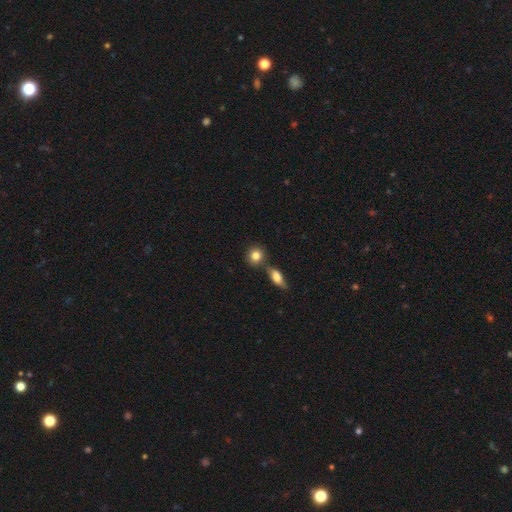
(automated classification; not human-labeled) Morphology: type=smooth (82%); roundness=round (81%); merging=none (63%).